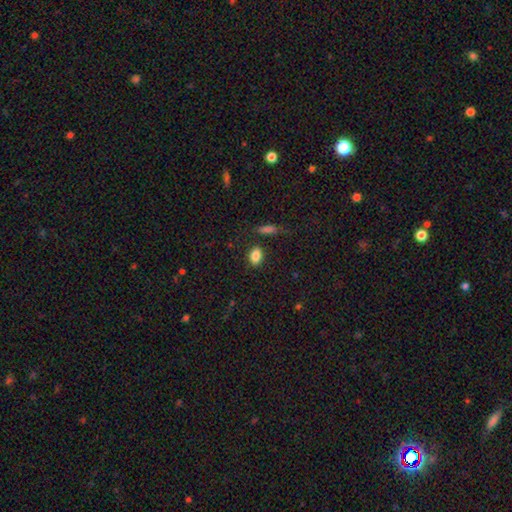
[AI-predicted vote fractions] smooth-or-featured: smooth: 86% | star or artifact: 9% | featured or disk: 5%
  how-rounded: in between: 80% | round: 18% | cigar-shaped: 2%
  merging: none: 82% | minor disturbance: 11% | merger: 4% | major disturbance: 3%